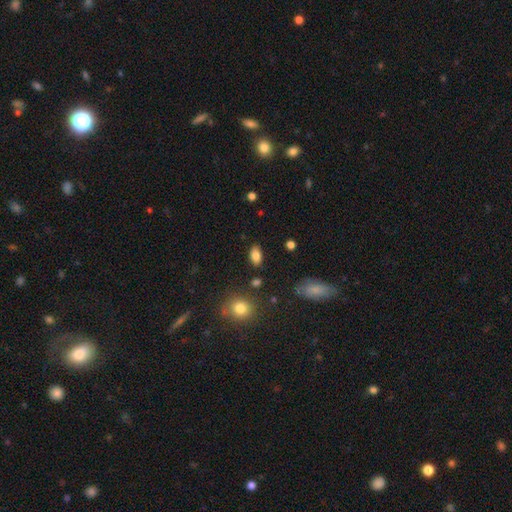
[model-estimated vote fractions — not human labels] Smooth or featured? smooth (84%)
How rounded? in between (90%)
Merging? none (84%)